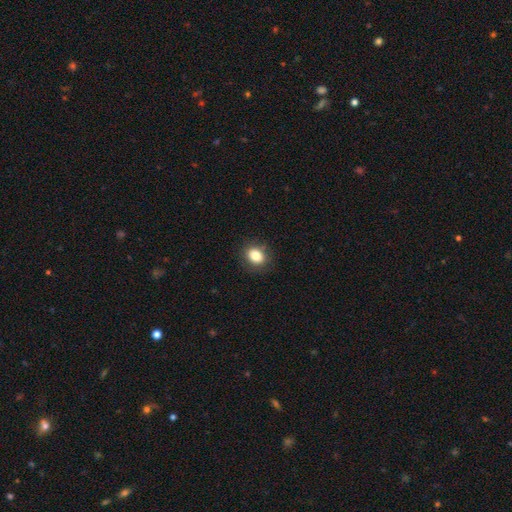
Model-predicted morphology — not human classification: Smooth or featured? smooth (83%)
How rounded? in between (56%)
Merging? none (86%)